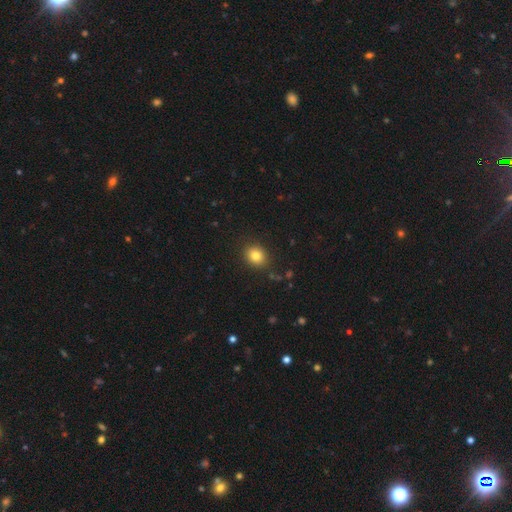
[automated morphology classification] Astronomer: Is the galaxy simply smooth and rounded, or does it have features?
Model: smooth — 82%.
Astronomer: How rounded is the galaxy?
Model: round — 65%.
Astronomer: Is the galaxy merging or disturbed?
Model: none — 88%.